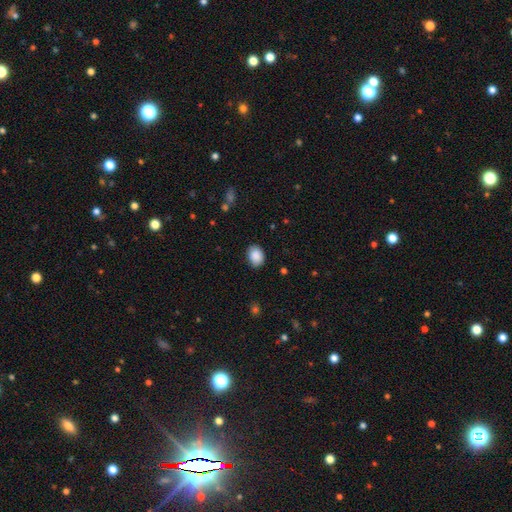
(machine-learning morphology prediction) Smooth or featured? smooth (89%)
How rounded? in between (68%)
Merging? none (84%)